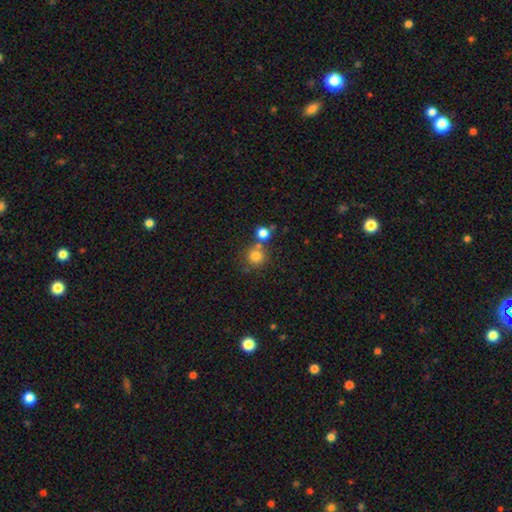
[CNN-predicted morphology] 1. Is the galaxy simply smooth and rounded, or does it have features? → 78% smooth, 14% star or artifact, 9% featured or disk.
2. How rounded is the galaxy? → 91% round, 9% in between, 1% cigar-shaped.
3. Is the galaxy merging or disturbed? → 62% none, 25% merger, 9% minor disturbance, 4% major disturbance.